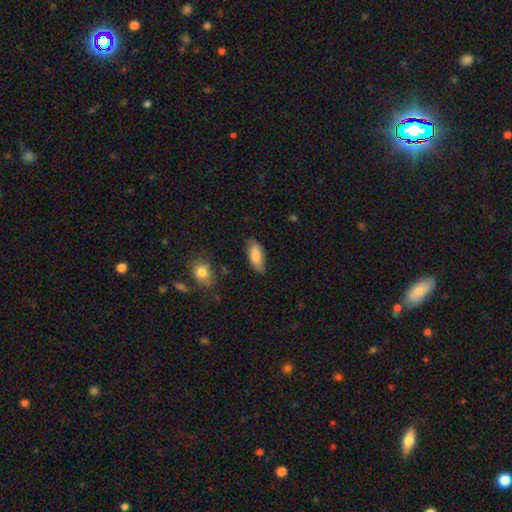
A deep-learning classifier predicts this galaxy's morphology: The model was most divided on "merging": none: 71%, minor disturbance: 23%, major disturbance: 4%, merger: 2%. More confident: how rounded — in between (83%); smooth or featured — smooth (82%).